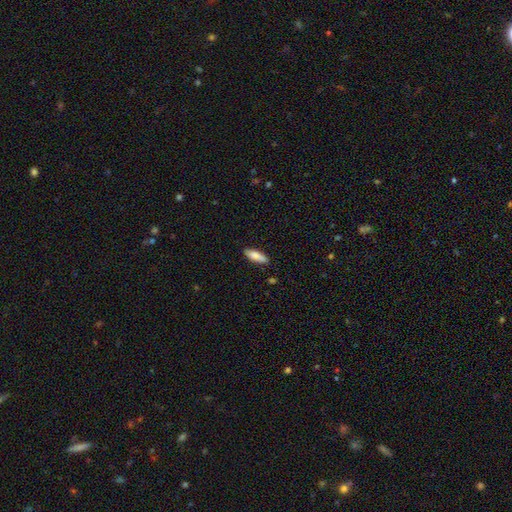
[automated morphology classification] smooth-or-featured: smooth: 83% | featured or disk: 11% | star or artifact: 6%
  how-rounded: in between: 54% | cigar-shaped: 44% | round: 2%
  merging: none: 86% | minor disturbance: 10% | major disturbance: 2% | merger: 1%